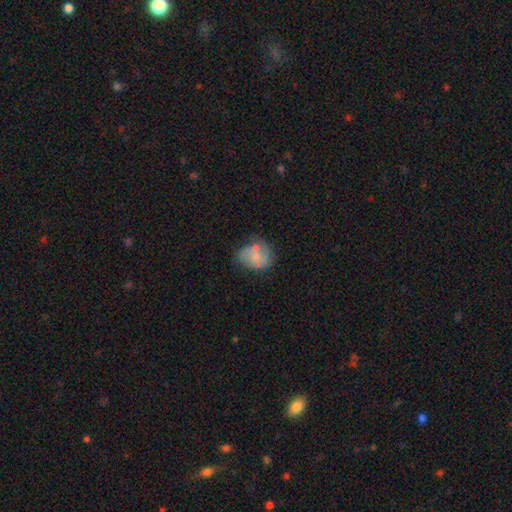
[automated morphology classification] type=smooth (58%); roundness=round (51%); merging=none (44%).